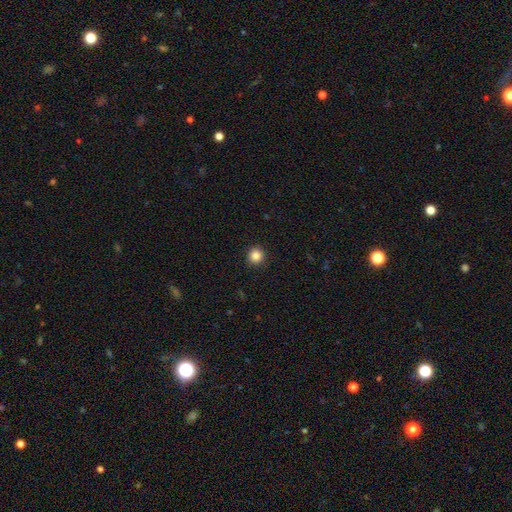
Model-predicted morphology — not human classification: smooth 85%, star or artifact 11%, featured or disk 4%. Down the decision tree: how rounded — round (94%); merging — none (92%).